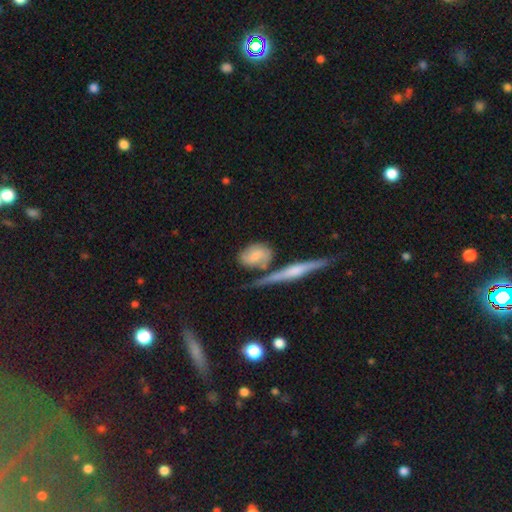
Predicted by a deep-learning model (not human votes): The model was most divided on "smooth or featured": smooth: 59%, featured or disk: 35%, star or artifact: 6%. More confident: how rounded — in between (67%); merging — none (52%).